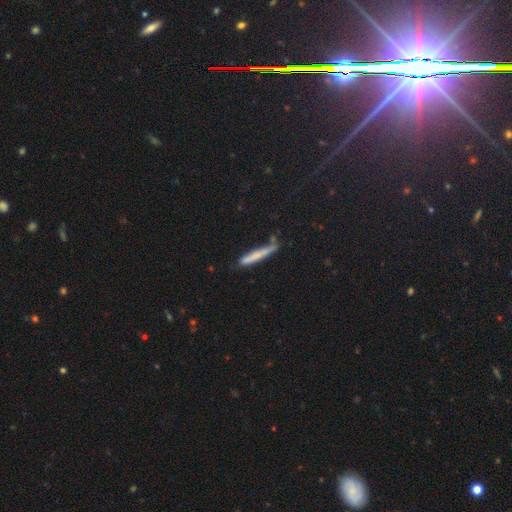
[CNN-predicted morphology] Smooth or featured?
  - smooth: 65% *
  - featured or disk: 27%
  - star or artifact: 8%
How rounded?
  - cigar-shaped: 94% *
  - in between: 4%
  - round: 2%
Merging?
  - none: 65% *
  - minor disturbance: 22%
  - merger: 7%
  - major disturbance: 6%